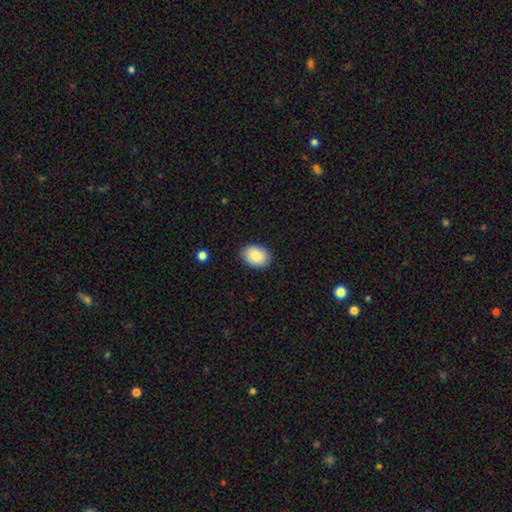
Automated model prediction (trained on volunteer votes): Morphology: type=smooth (89%); roundness=in between (78%); merging=none (87%).